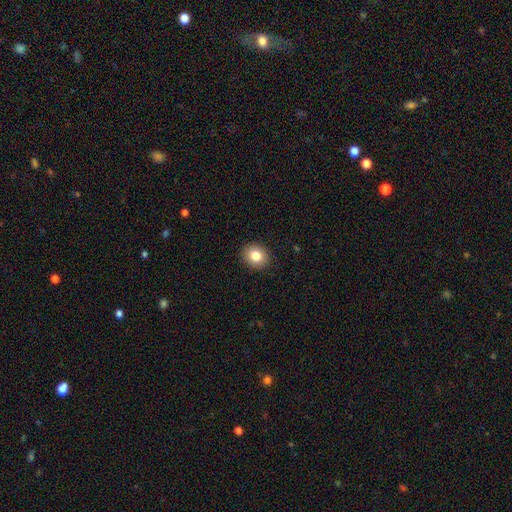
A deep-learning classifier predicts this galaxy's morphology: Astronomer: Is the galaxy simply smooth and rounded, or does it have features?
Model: smooth — 82%.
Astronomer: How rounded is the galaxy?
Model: round — 70%.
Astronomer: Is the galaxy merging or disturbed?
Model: none — 91%.